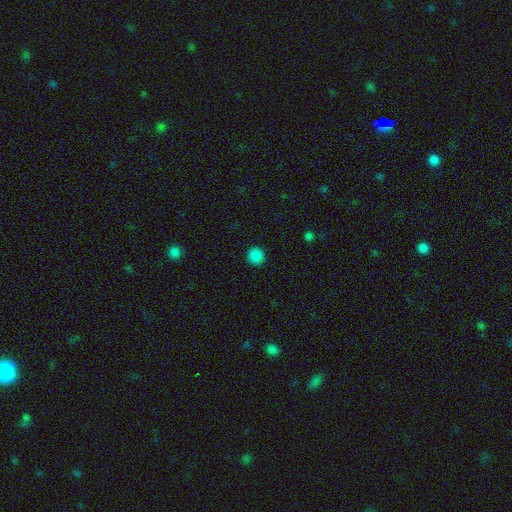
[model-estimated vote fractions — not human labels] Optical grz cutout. It shows a smooth galaxy with no disk features (86%) that is round (90%). Merging: none (92%).